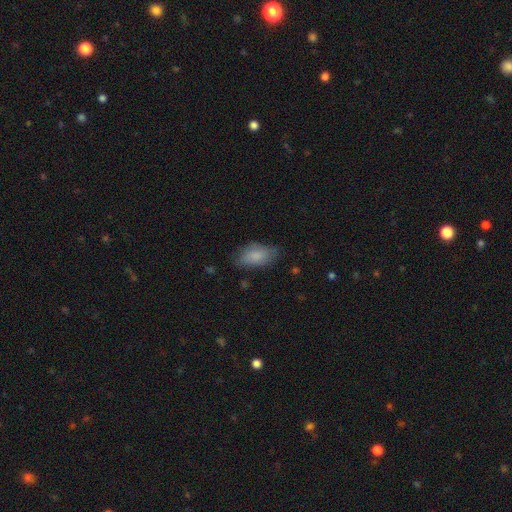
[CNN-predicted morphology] Smooth or featured? smooth (82%)
How rounded? in between (92%)
Merging? none (67%)